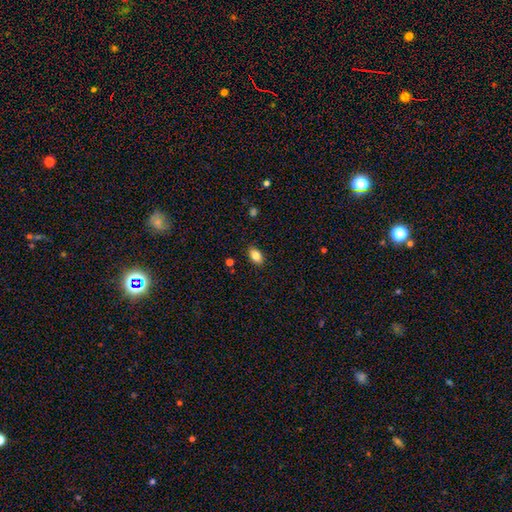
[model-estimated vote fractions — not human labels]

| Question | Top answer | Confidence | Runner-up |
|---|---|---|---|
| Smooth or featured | smooth | 83% | star or artifact (8%) |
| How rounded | in between | 88% | round (10%) |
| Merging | none | 87% | minor disturbance (10%) |